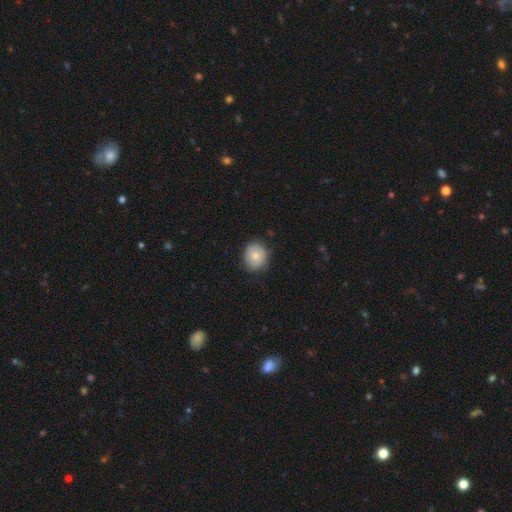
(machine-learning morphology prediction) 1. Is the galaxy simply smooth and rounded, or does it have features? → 79% smooth, 14% featured or disk, 7% star or artifact.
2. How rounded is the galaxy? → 68% round, 31% in between, 1% cigar-shaped.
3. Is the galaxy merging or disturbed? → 80% none, 16% minor disturbance, 3% major disturbance, 1% merger.